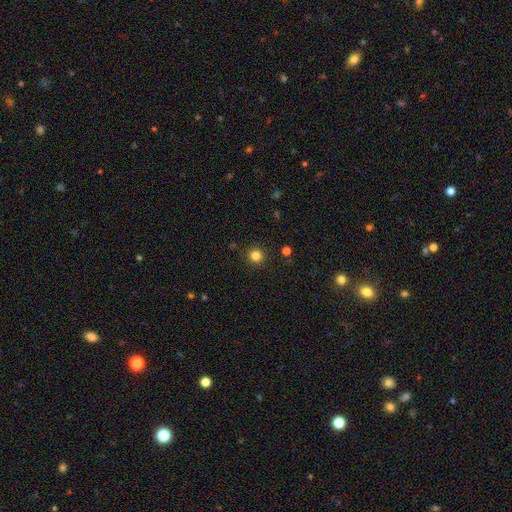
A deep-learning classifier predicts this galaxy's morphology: smooth_or_featured: smooth (p=0.83) [alt: star or artifact p=0.13]
how_rounded: round (p=0.95) [alt: in between p=0.04]
merging: none (p=0.91) [alt: minor disturbance p=0.05]